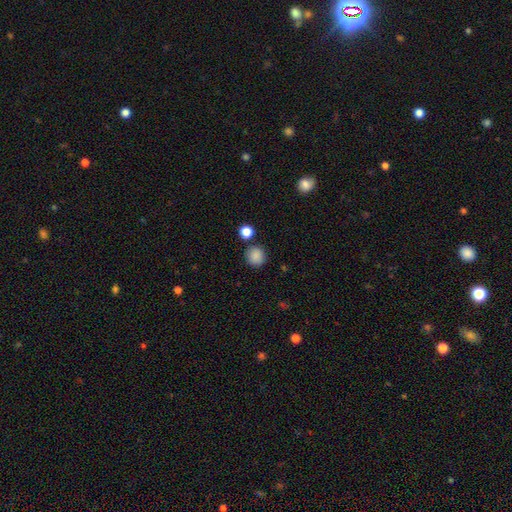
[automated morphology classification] smooth-or-featured: smooth: 87% | star or artifact: 10% | featured or disk: 3%
  how-rounded: round: 91% | in between: 9% | cigar-shaped: 1%
  merging: none: 84% | minor disturbance: 8% | merger: 5% | major disturbance: 3%